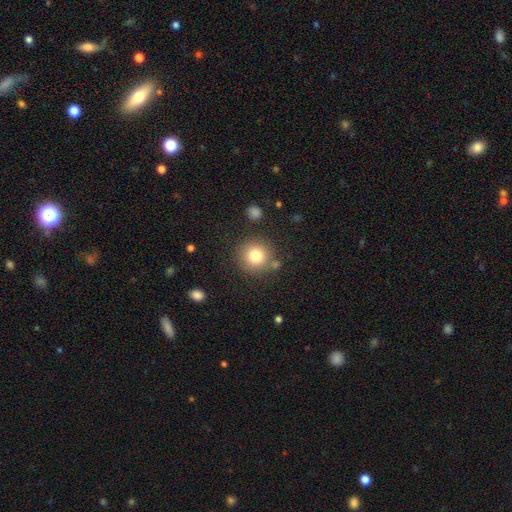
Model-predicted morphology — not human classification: type=smooth (80%); roundness=round (94%); merging=none (80%).